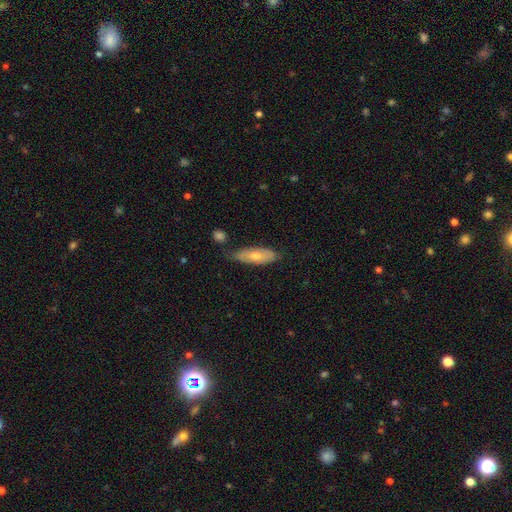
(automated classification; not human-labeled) Overall: smooth (66%; featured or disk 29%). How rounded: in between (64%; cigar-shaped 33%). Merging: none (62%; minor disturbance 27%).